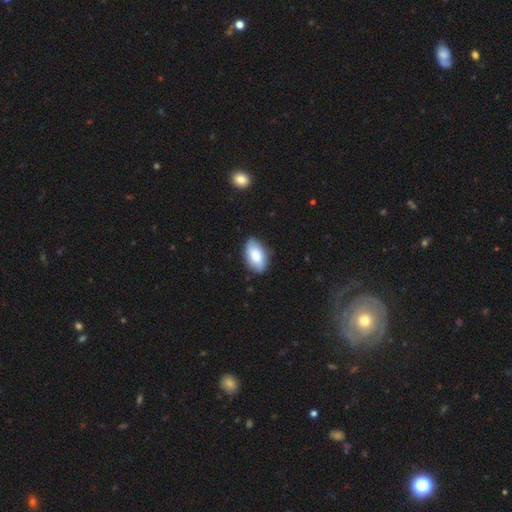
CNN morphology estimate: Q: Smooth or featured?
A: smooth (77%); runner-up: featured or disk (17%)
Q: How rounded?
A: in between (93%); runner-up: round (5%)
Q: Merging?
A: none (82%); runner-up: minor disturbance (14%)